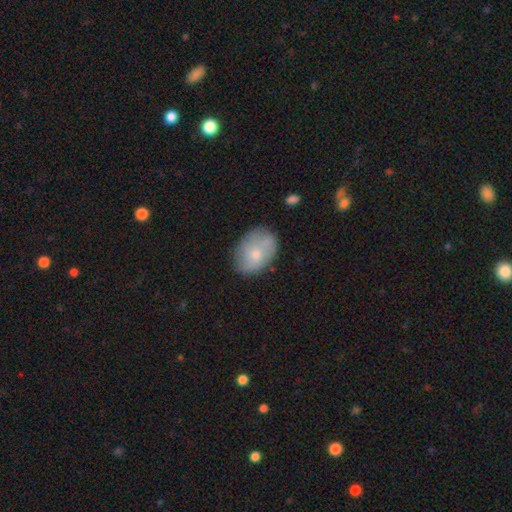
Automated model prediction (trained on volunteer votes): Smooth or featured? smooth (61%)
How rounded? in between (75%)
Merging? none (68%)